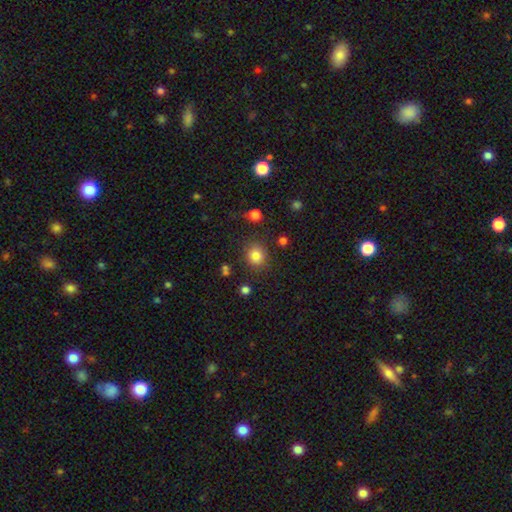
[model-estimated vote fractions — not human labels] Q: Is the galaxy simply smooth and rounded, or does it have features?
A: smooth — 82%.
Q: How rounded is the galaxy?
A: round — 80%.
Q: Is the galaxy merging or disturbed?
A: none — 81%.